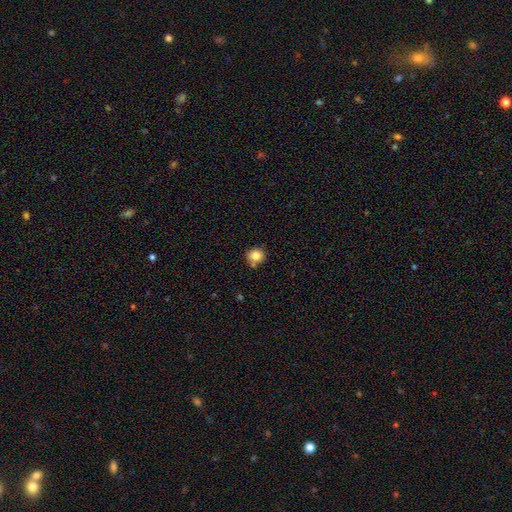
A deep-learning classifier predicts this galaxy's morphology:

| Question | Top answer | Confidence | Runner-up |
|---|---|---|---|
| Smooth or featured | smooth | 82% | star or artifact (11%) |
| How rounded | round | 89% | in between (10%) |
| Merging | none | 75% | minor disturbance (13%) |